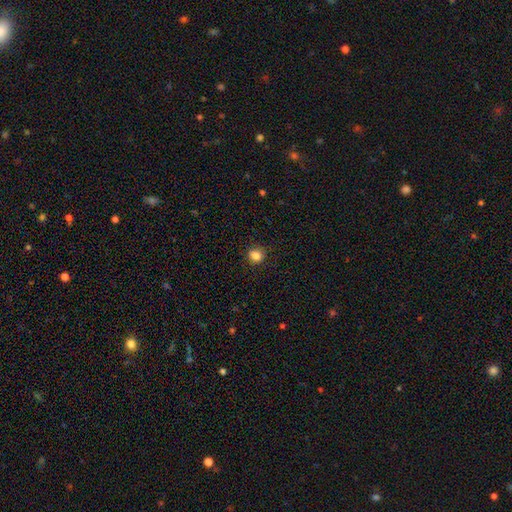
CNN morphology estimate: Smooth or featured: smooth — 84% (star or artifact — 11%)
How rounded: round — 78% (in between — 21%)
Merging: none — 86% (minor disturbance — 10%)